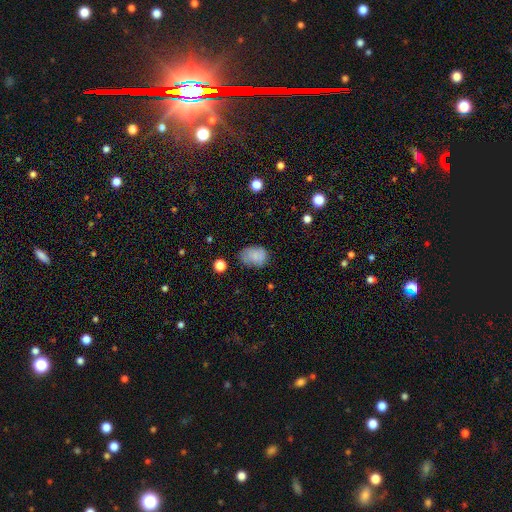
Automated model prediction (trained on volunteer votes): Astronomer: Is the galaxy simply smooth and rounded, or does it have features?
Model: smooth — 79%.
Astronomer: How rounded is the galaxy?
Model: in between — 76%.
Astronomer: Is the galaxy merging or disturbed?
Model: none — 66%.